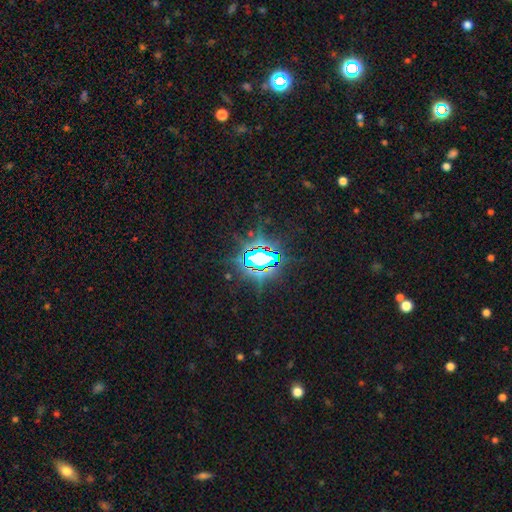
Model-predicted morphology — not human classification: Smooth or featured: star or artifact — 78% (smooth — 12%)